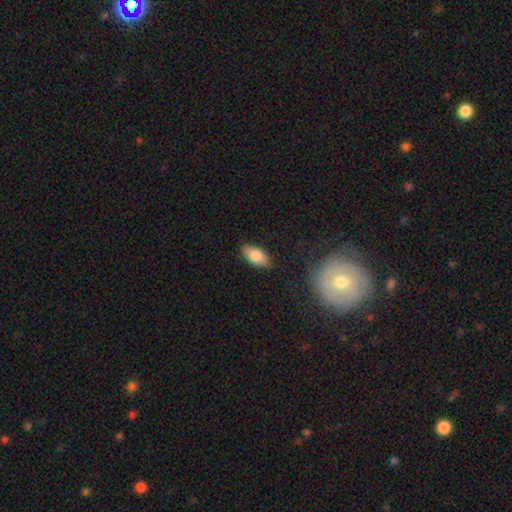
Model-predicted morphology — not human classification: This is clearly a smooth galaxy (82%). How rounded: clearly in between (90%). Merging: clearly none (85%).